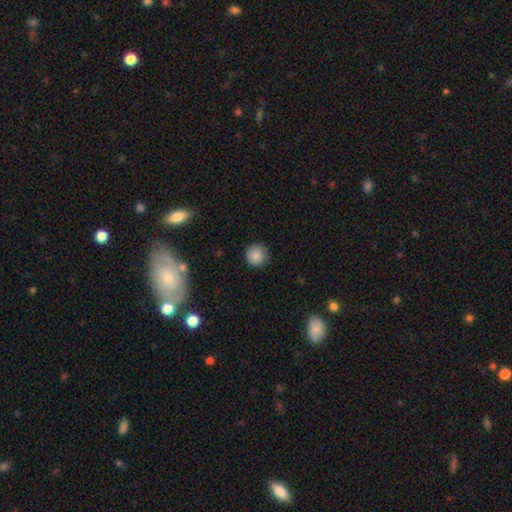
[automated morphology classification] This appears to be a smooth galaxy with no disk features (86%) that is round (95%). Merging: none (91%).